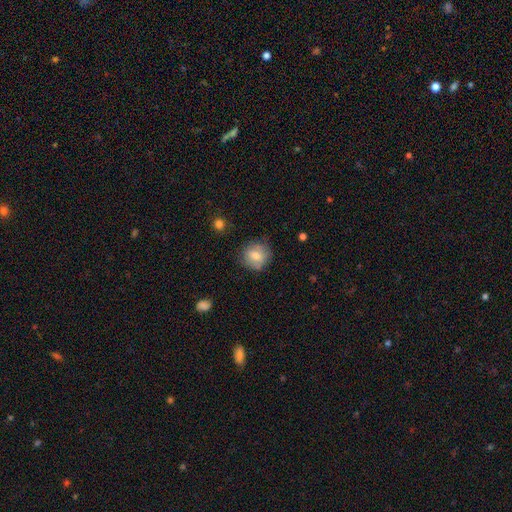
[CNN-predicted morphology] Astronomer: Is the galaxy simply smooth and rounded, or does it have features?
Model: smooth — 72%.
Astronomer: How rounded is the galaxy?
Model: round — 87%.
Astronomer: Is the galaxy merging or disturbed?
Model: none — 77%.